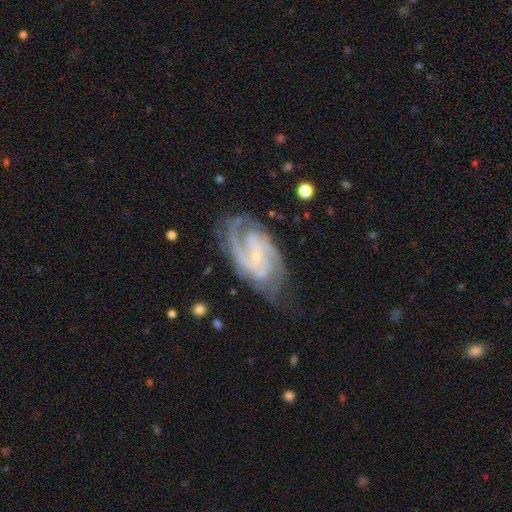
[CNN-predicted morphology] A featured or disk galaxy (91%) with a weak bar (42%), 2 (47%) tight (46%, tied with medium) spiral arms (98%) and a small central bulge (81%). Merging: none (69%).